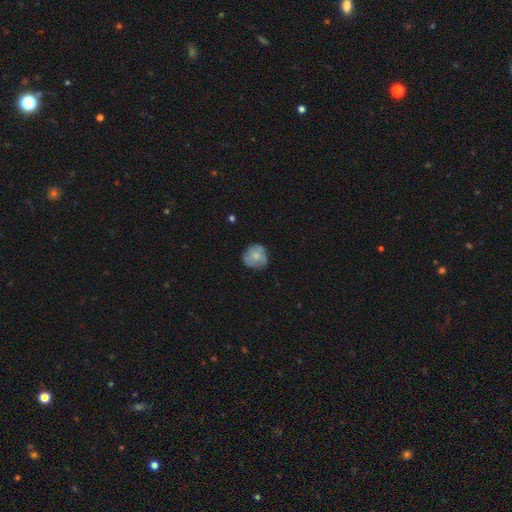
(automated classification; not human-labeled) Overall: smooth (60%; featured or disk 33%). How rounded: round (84%). Merging: none (69%).